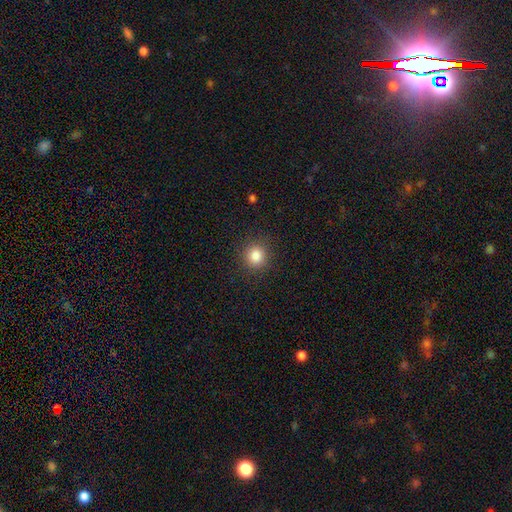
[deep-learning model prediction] The model was most divided on "smooth or featured": smooth: 84%, star or artifact: 11%, featured or disk: 5%. More confident: how rounded — round (92%); merging — none (90%).